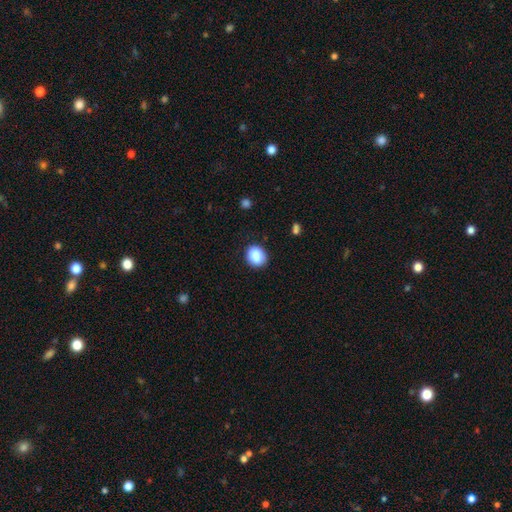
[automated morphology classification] smooth 86%, star or artifact 8%, featured or disk 5%. Down the decision tree: how rounded — round (54%); merging — none (82%).